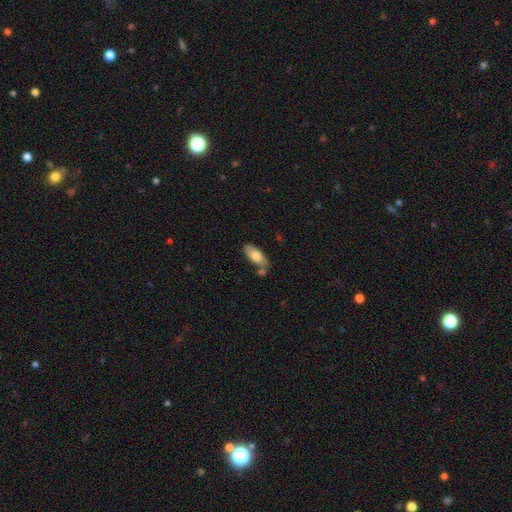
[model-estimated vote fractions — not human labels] Smooth or featured? Predicted: smooth (p=0.74). How rounded? Predicted: in between (p=0.84). Merging? Predicted: none (p=0.64).